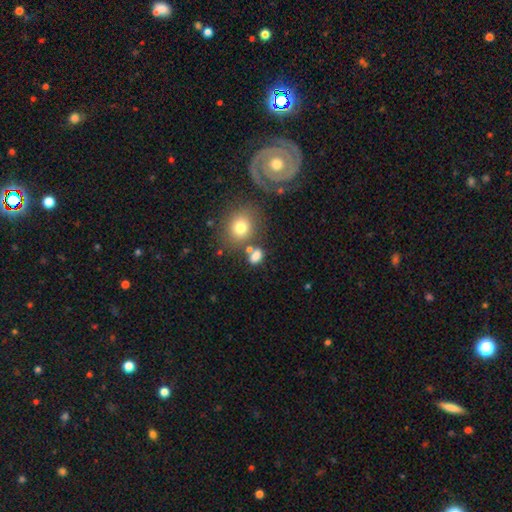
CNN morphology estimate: smooth_or_featured: smooth (p=0.79) [alt: star or artifact p=0.13]
how_rounded: in between (p=0.71) [alt: round p=0.27]
merging: none (p=0.62) [alt: merger p=0.18]